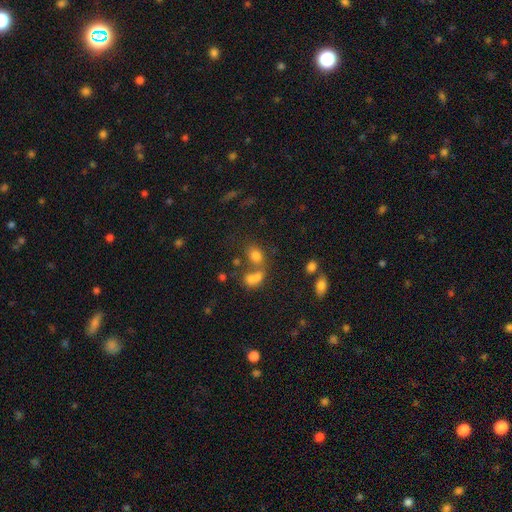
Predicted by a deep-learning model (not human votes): The model was most divided on "merging": none: 44%, merger: 40%, minor disturbance: 11%, major disturbance: 6%. More confident: smooth or featured — smooth (74%); how rounded — in between (63%).